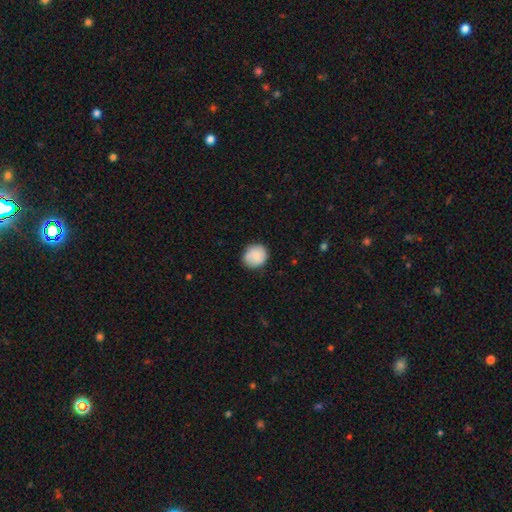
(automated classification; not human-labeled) Overall: smooth (81%). How rounded: round (82%). Merging: none (79%).